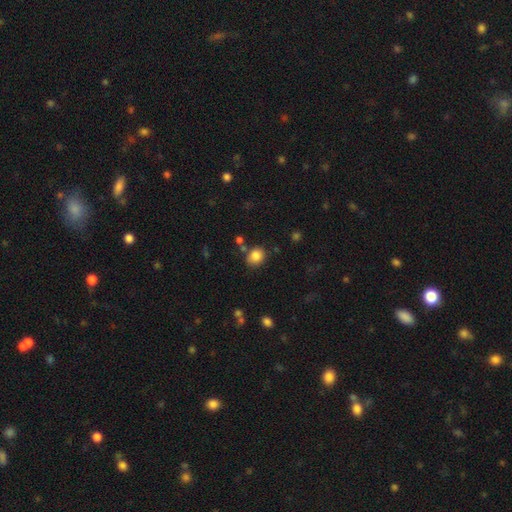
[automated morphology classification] smooth_or_featured: smooth (p=0.84) [alt: star or artifact p=0.10]
how_rounded: round (p=0.60) [alt: in between p=0.39]
merging: none (p=0.76) [alt: minor disturbance p=0.13]